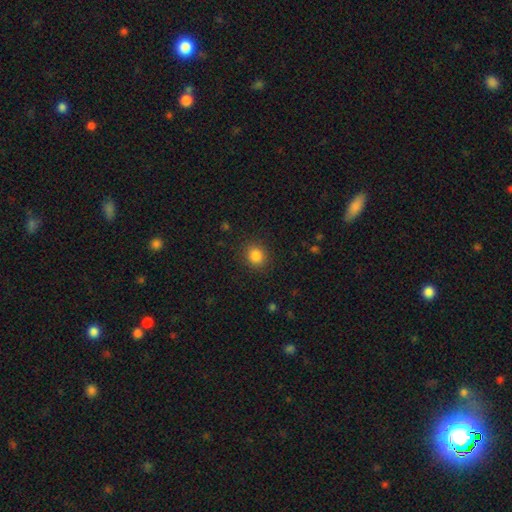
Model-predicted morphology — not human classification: Smooth or featured? smooth (85%)
How rounded? round (80%)
Merging? none (89%)